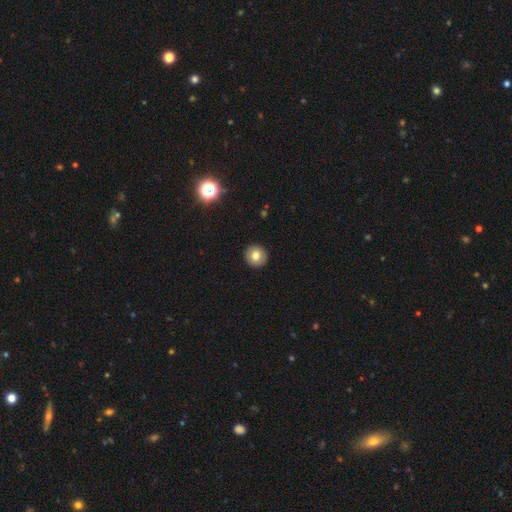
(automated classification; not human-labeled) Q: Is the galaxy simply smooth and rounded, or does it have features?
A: smooth — 77%.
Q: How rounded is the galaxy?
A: round — 94%.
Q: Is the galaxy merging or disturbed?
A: none — 93%.